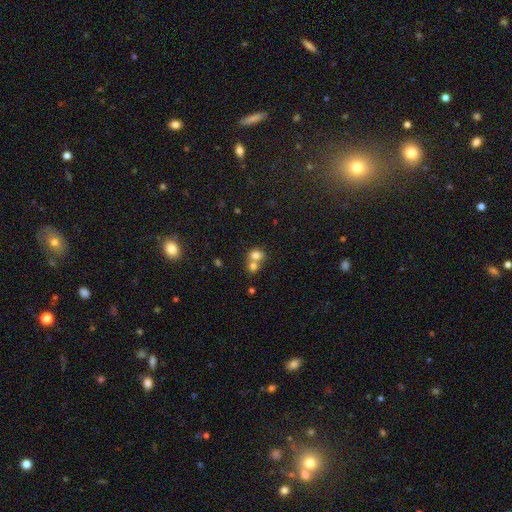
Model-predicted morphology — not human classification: Smooth or featured?
  - smooth: 74% *
  - featured or disk: 14%
  - star or artifact: 12%
How rounded?
  - round: 62% *
  - in between: 37%
  - cigar-shaped: 1%
Merging?
  - merger: 63% *
  - none: 28%
  - minor disturbance: 6%
  - major disturbance: 3%